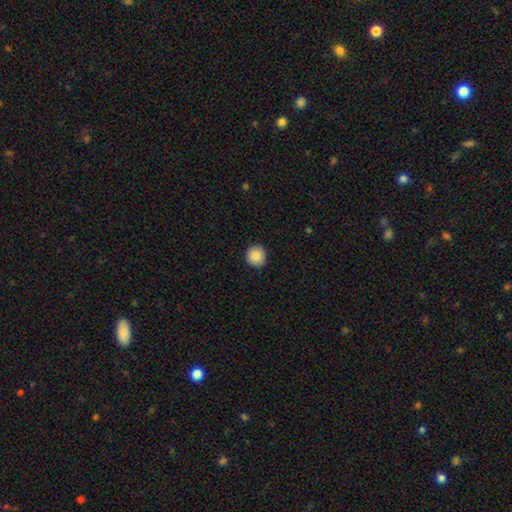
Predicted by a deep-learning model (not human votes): A smooth galaxy with no disk features (88%) that is round (93%).

Vote fractions:
- Smooth or featured? smooth: 88% / star or artifact: 8% / featured or disk: 3%
- How rounded? round: 93% / in between: 6% / cigar-shaped: 1%
- Merging? none: 90% / minor disturbance: 7% / major disturbance: 2% / merger: 1%